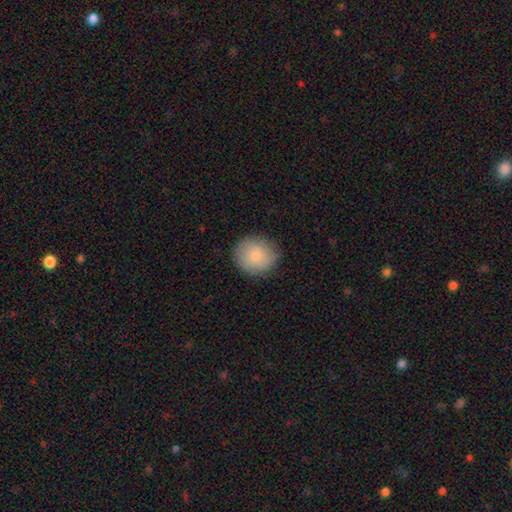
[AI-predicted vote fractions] A smooth galaxy with no disk features (85%) that is round (83%).

Vote fractions:
- Smooth or featured? smooth: 85% / featured or disk: 9% / star or artifact: 7%
- How rounded? round: 83% / in between: 16% / cigar-shaped: 1%
- Merging? none: 86% / minor disturbance: 11% / major disturbance: 3% / merger: 1%